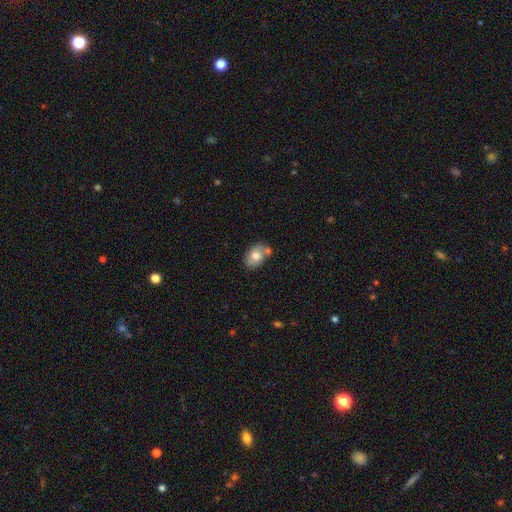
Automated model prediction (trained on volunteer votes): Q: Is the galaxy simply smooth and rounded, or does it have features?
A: smooth — 70%.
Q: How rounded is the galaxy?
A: in between — 76%.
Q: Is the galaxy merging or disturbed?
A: none — 55%.